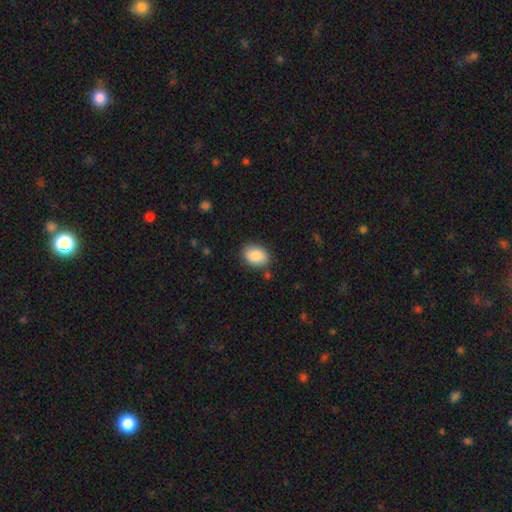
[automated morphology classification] smooth 88%, star or artifact 7%, featured or disk 5%. Down the decision tree: how rounded — in between (79%); merging — none (83%).